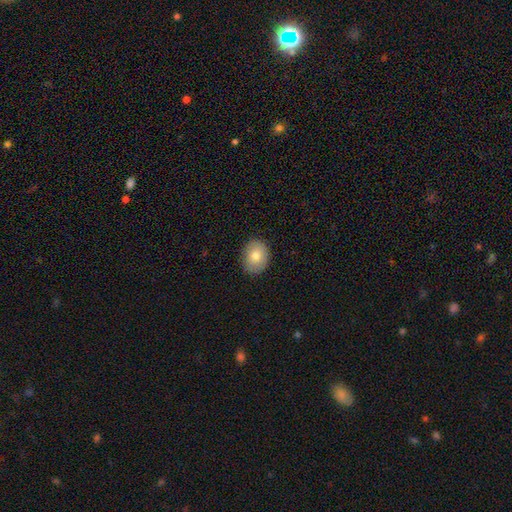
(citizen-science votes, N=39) smooth-or-featured: smooth: 87% | featured or disk: 13% | star or artifact: 0%
  how-rounded: round: 50% (tied) | in between: 50% (tied) | cigar-shaped: 0%
  merging: none: 79% | minor disturbance: 15% | major disturbance: 3% | merger: 3%